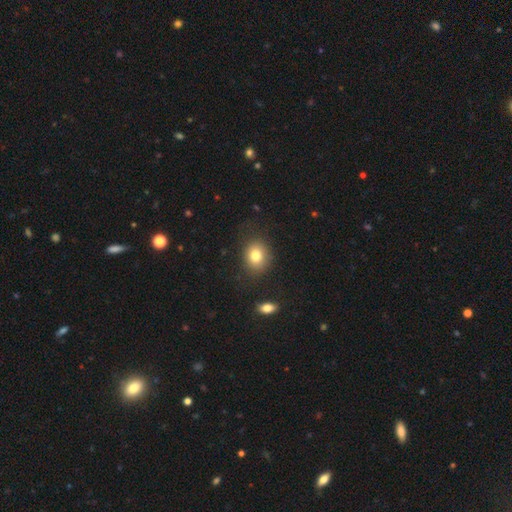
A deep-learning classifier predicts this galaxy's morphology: This appears to be a smooth galaxy with no disk features (80%) that is round (59%). Merging: none (81%).